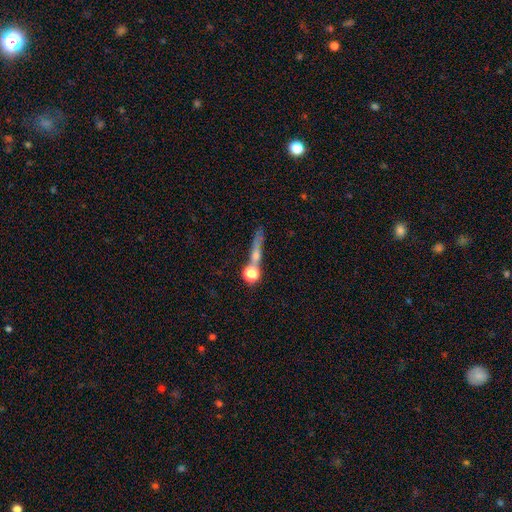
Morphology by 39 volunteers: Overall: featured or disk (56%; smooth 33%). Edge-on disk: yes (73%). Edge-on bulge: rounded (81%). Merging: none (57%; merger 23%).